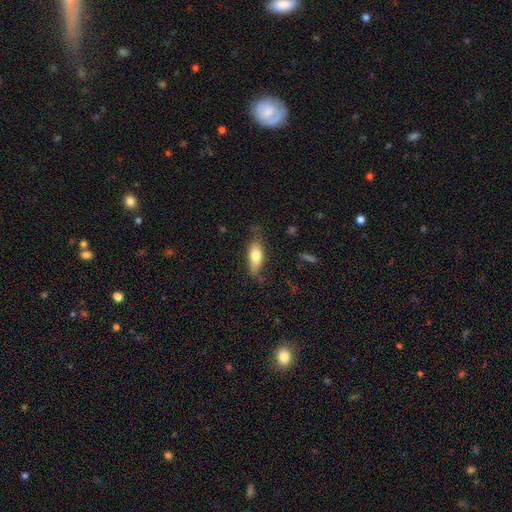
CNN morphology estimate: smooth-or-featured: smooth: 73% | featured or disk: 21% | star or artifact: 6%
  how-rounded: in between: 74% | cigar-shaped: 23% | round: 3%
  merging: none: 68% | minor disturbance: 24% | major disturbance: 6% | merger: 2%